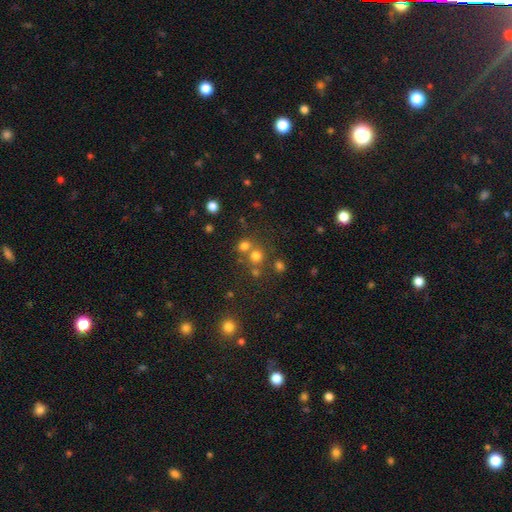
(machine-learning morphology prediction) Smooth or featured: smooth — 70% (star or artifact — 21%)
How rounded: round — 89% (in between — 10%)
Merging: none — 58% (merger — 32%)